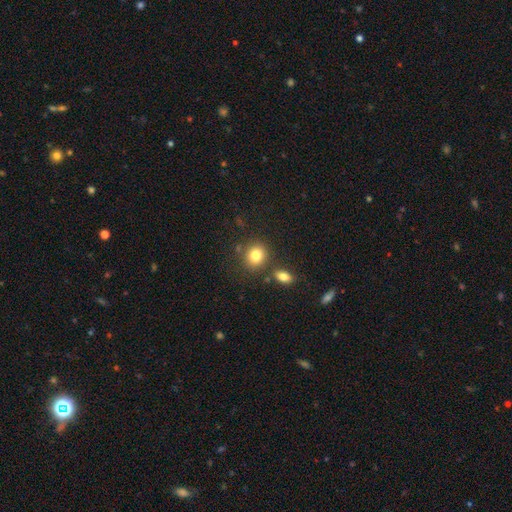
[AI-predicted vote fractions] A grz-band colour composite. It shows a smooth galaxy with no disk features (81%) that is round (73%). Merging: none (75%).